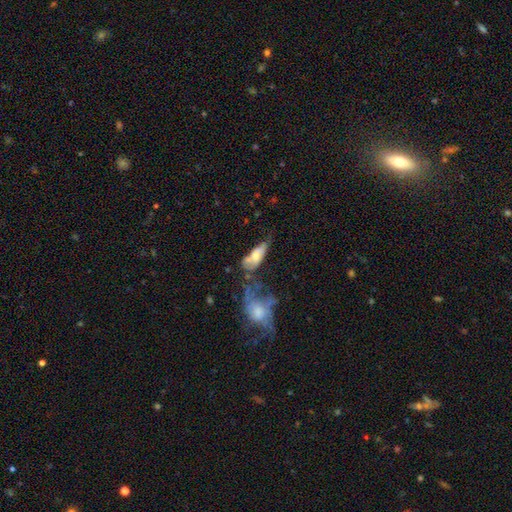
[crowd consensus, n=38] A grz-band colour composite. It shows a smooth galaxy with no disk features (63%) that is in between round and cigar-shaped (79%). Merging: merger (34%).